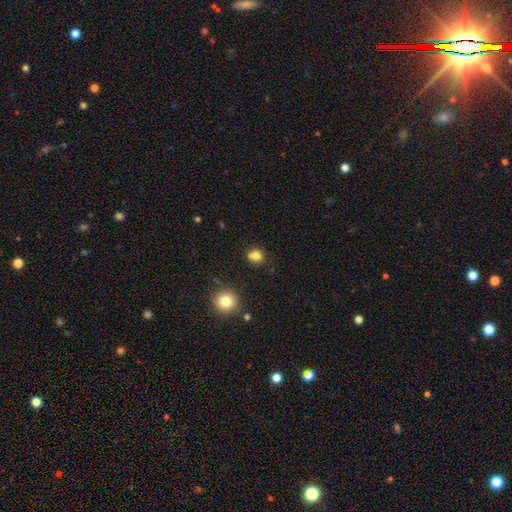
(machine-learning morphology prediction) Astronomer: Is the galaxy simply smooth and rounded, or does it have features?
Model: smooth — 80%.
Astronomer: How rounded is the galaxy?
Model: round — 75%.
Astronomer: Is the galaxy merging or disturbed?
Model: none — 73%.